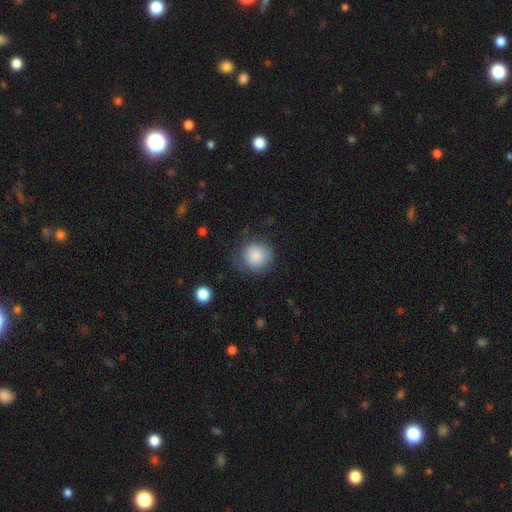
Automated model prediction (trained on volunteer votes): Smooth or featured? smooth (84%)
How rounded? round (89%)
Merging? none (70%)